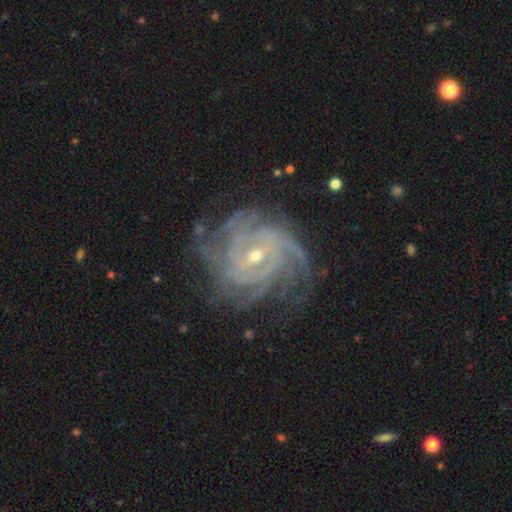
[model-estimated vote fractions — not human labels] Smooth or featured?
  - featured or disk: 89% *
  - star or artifact: 6%
  - smooth: 5%
Edge-on disk?
  - no: 97% *
  - yes: 3%
Bar?
  - weak: 47% *
  - no: 30%
  - strong: 24%
Spiral arms?
  - yes: 96% *
  - no: 4%
Spiral winding?
  - tight: 68% *
  - medium: 26%
  - loose: 6%
Spiral arm count?
  - can't tell: 31% *
  - 4: 21%
  - 3: 17%
  - 2: 13%
  - more than 4: 12%
  - 1: 6%
Bulge size?
  - small: 63% *
  - moderate: 34%
  - large: 1%
  - none: 1%
  - dominant: 1%
Merging?
  - none: 64% *
  - minor disturbance: 21%
  - major disturbance: 13%
  - merger: 2%